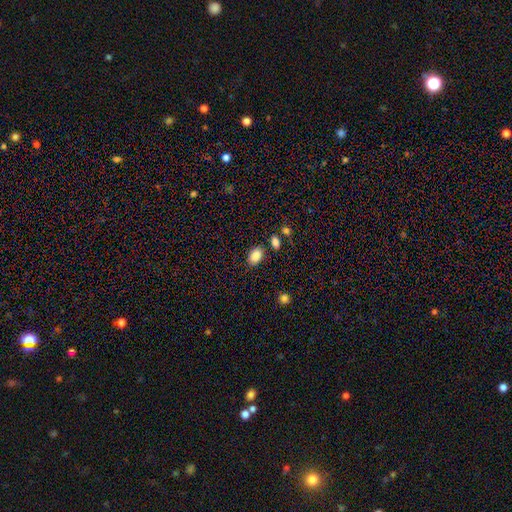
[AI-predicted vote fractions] A smooth galaxy with no disk features (86%) that is in between round and cigar-shaped (85%).

Vote fractions:
- Smooth or featured? smooth: 86% / star or artifact: 9% / featured or disk: 5%
- How rounded? in between: 85% / round: 14% / cigar-shaped: 1%
- Merging? none: 82% / minor disturbance: 10% / merger: 5% / major disturbance: 3%